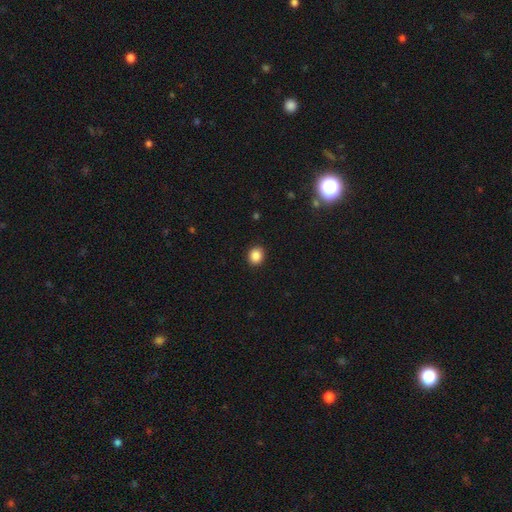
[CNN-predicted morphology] This appears to be a smooth galaxy with no disk features (87%) that is round (73%). Merging: none (91%).